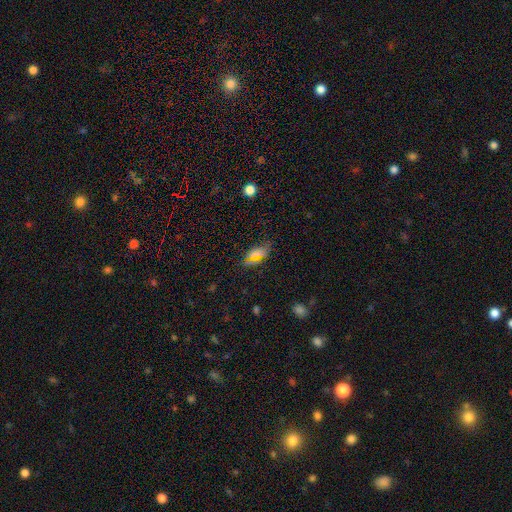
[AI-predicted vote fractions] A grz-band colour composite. It shows a smooth galaxy with no disk features (58%) that is in between round and cigar-shaped (85%). Merging: none (69%).